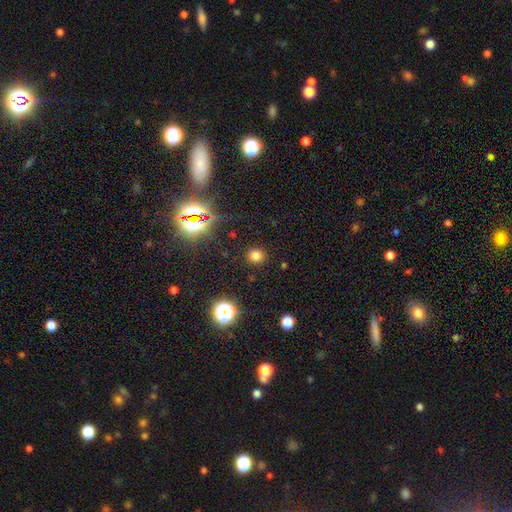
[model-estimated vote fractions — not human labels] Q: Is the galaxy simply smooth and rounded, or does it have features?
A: smooth — 74%.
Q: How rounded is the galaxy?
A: round — 87%.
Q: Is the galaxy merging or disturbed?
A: none — 89%.